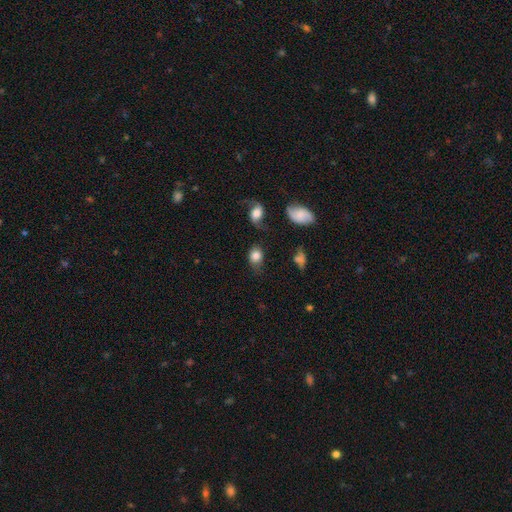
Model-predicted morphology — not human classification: The model was most divided on "how rounded": in between: 59%, round: 39%, cigar-shaped: 2%. More confident: smooth or featured — smooth (79%); merging — none (63%).